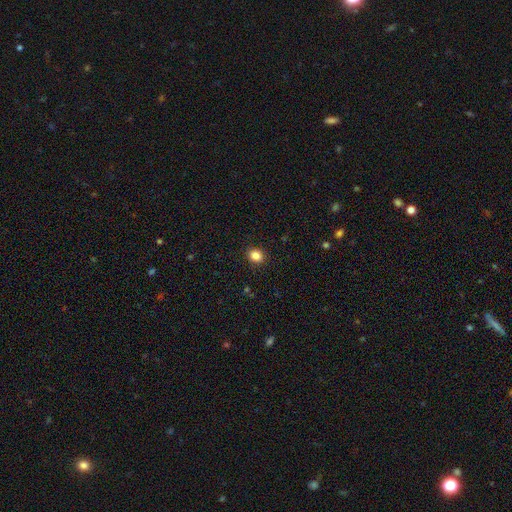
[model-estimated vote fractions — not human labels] A smooth galaxy with no disk features (85%) that is round (61%). Merging: none (90%).